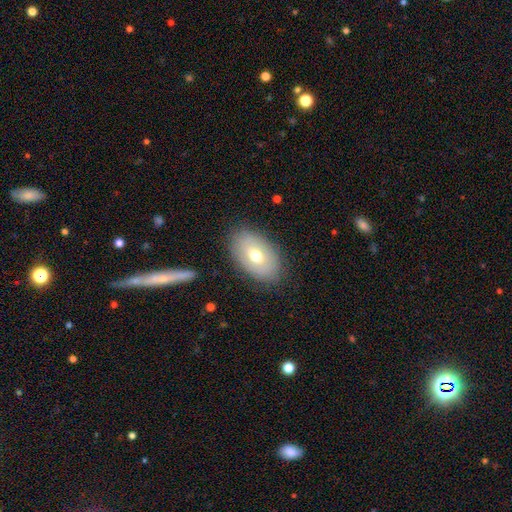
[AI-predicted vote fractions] smooth_or_featured: smooth (p=0.59) [alt: featured or disk p=0.33]
how_rounded: in between (p=0.90) [alt: round p=0.08]
merging: none (p=0.84) [alt: minor disturbance p=0.11]